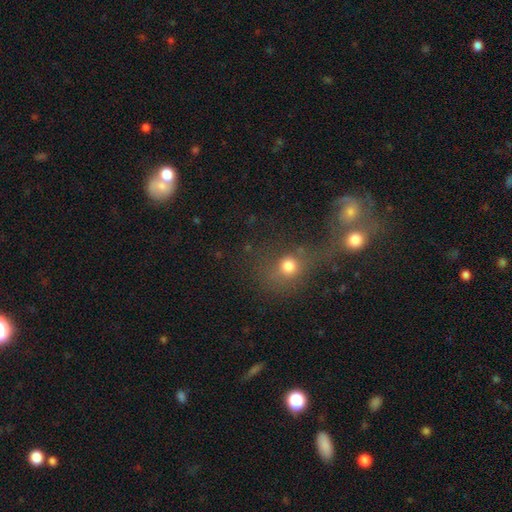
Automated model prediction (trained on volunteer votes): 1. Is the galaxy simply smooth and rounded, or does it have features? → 55% smooth, 31% star or artifact, 14% featured or disk.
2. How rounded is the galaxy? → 78% round, 21% in between, 2% cigar-shaped.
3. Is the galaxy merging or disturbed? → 42% none, 36% merger, 12% minor disturbance, 11% major disturbance.